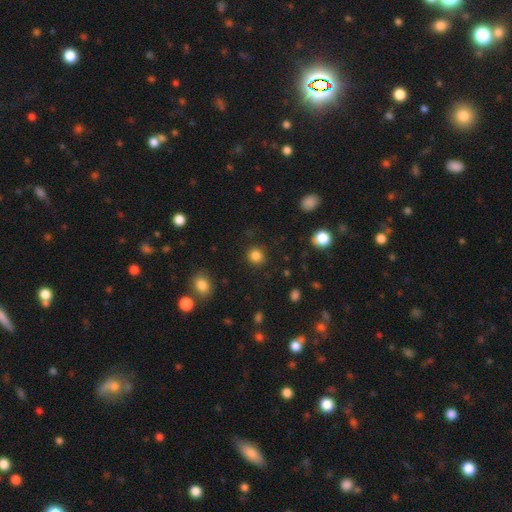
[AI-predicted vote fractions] Smooth or featured? Predicted: smooth (p=0.84). How rounded? Predicted: round (p=0.85). Merging? Predicted: none (p=0.88).